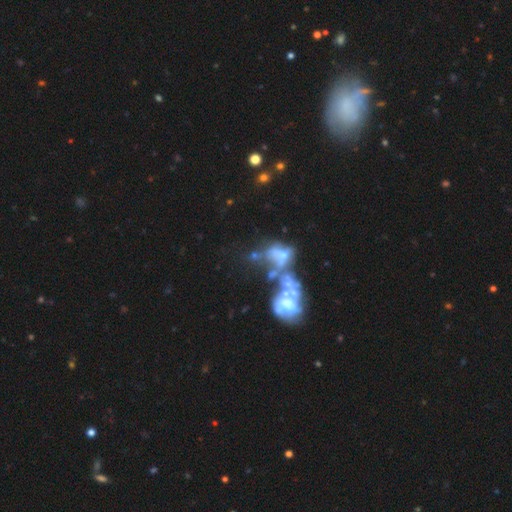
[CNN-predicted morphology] Smooth or featured: featured or disk — 54% (star or artifact — 23%)
Edge-on disk: no — 96% (yes — 4%)
Bar: no — 85% (weak — 10%)
Spiral arms: no — 86% (yes — 14%)
Bulge size: none — 46% (moderate — 26%)
Merging: merger — 62% (major disturbance — 20%)